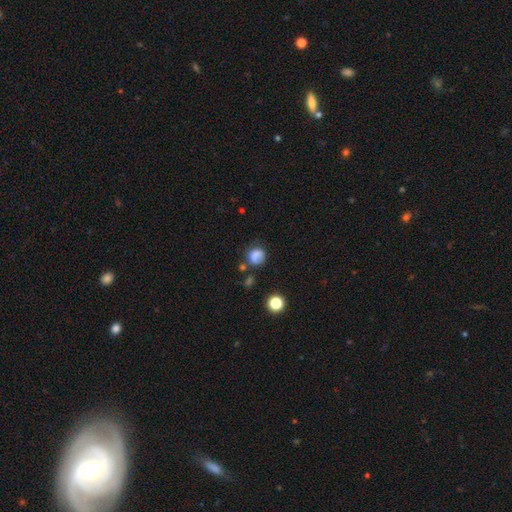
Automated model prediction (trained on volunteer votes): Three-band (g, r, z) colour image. It shows a smooth galaxy with no disk features (72%) that is round (69%). Merging: none (54%).